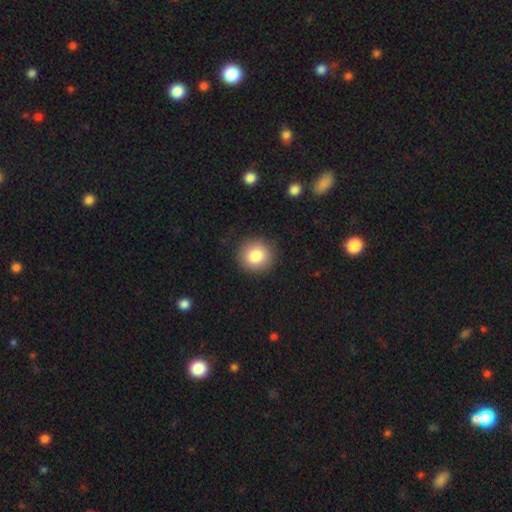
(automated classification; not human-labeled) Smooth or featured? smooth (84%)
How rounded? round (92%)
Merging? none (90%)